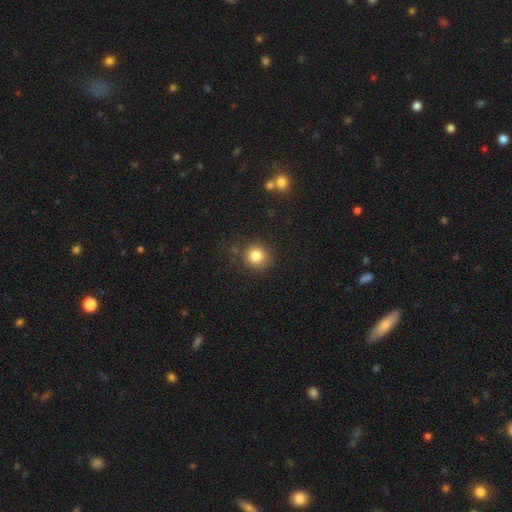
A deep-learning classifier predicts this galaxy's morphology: The model was most divided on "smooth or featured": smooth: 82%, star or artifact: 12%, featured or disk: 6%. More confident: how rounded — round (90%); merging — none (83%).